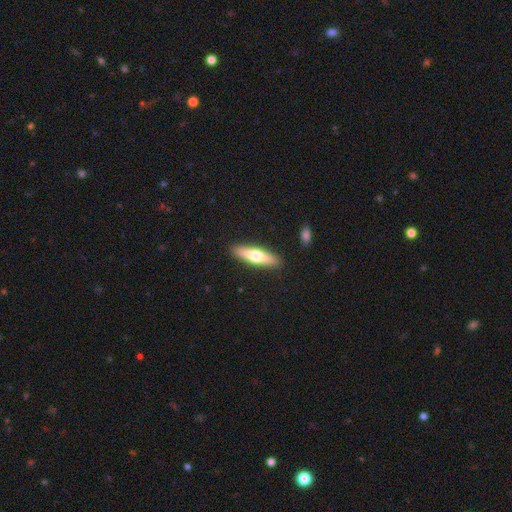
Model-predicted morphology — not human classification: This is possibly a smooth galaxy (56%). How rounded: likely cigar-shaped (71%). Merging: clearly none (90%).